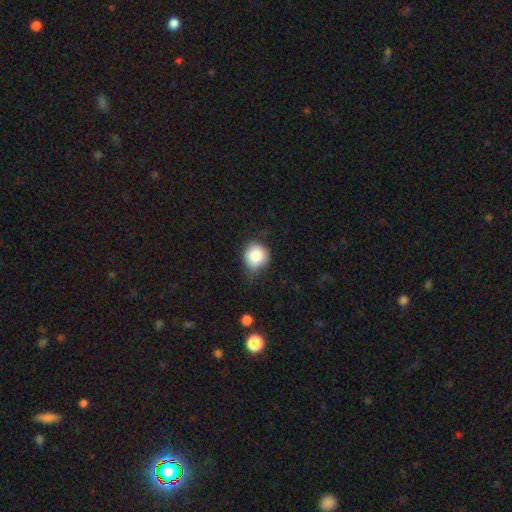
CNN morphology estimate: type=smooth (84%); roundness=round (84%); merging=none (57%).